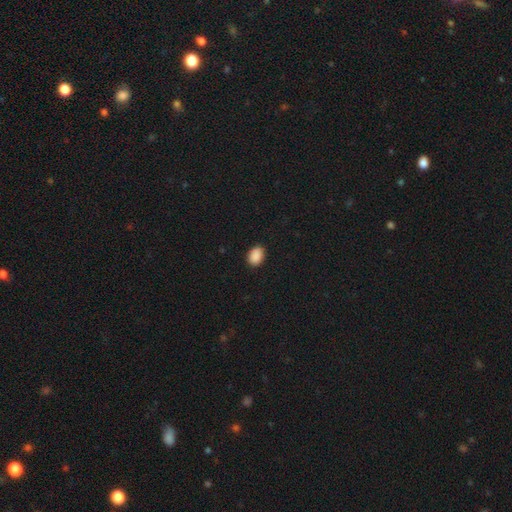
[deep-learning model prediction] Smooth or featured?
  - smooth: 90% *
  - star or artifact: 8%
  - featured or disk: 3%
How rounded?
  - in between: 76% *
  - round: 23%
  - cigar-shaped: 1%
Merging?
  - none: 86% *
  - minor disturbance: 11%
  - major disturbance: 2%
  - merger: 1%